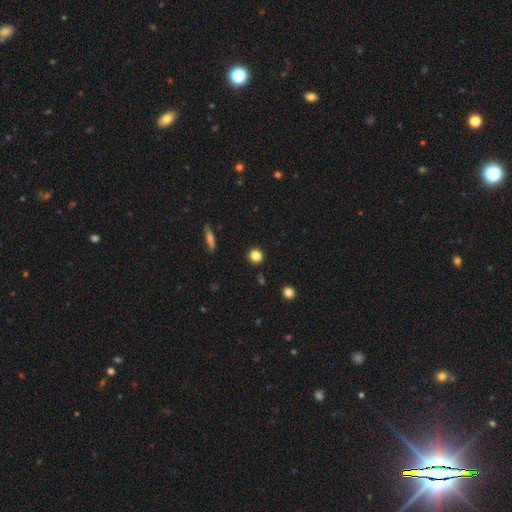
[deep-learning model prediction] Smooth or featured? Predicted: smooth (p=0.84). How rounded? Predicted: round (p=0.92). Merging? Predicted: none (p=0.91).